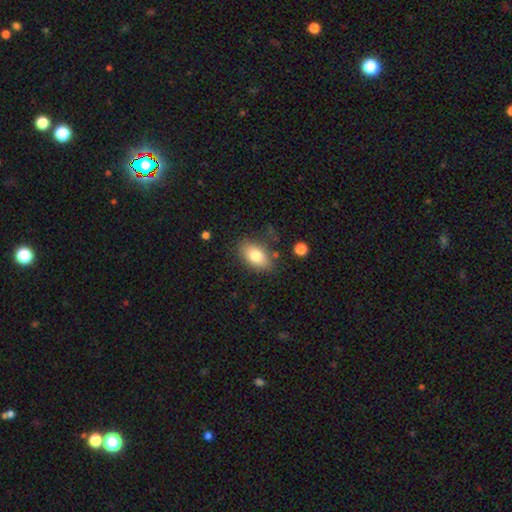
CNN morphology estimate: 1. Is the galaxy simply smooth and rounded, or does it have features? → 78% smooth, 14% featured or disk, 8% star or artifact.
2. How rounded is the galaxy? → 89% in between, 9% round, 2% cigar-shaped.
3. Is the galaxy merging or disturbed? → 77% none, 15% minor disturbance, 4% major disturbance, 3% merger.